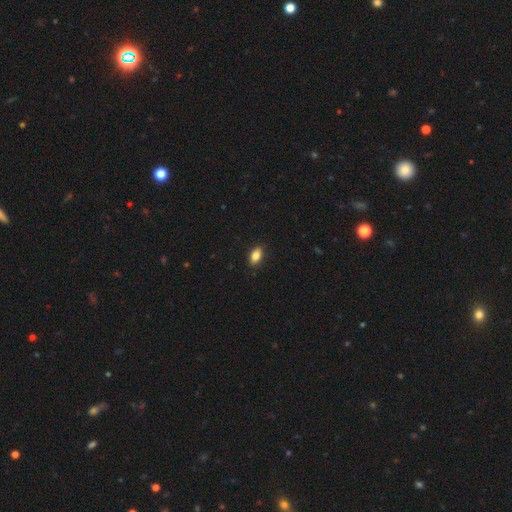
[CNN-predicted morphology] Smooth or featured? Predicted: smooth (p=0.85). How rounded? Predicted: in between (p=0.89). Merging? Predicted: none (p=0.88).